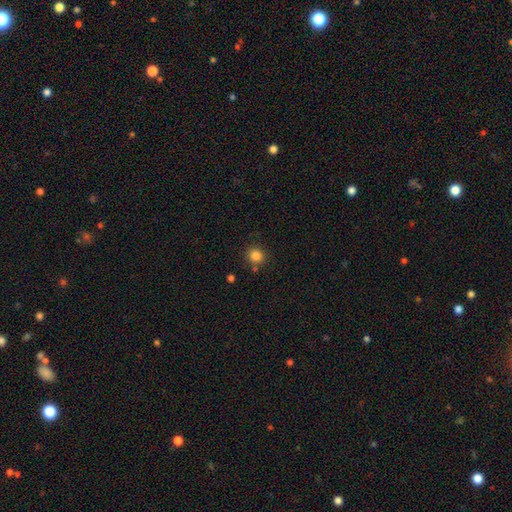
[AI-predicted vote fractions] smooth_or_featured: smooth (p=0.84) [alt: star or artifact p=0.12]
how_rounded: round (p=0.88) [alt: in between p=0.11]
merging: none (p=0.83) [alt: minor disturbance p=0.09]